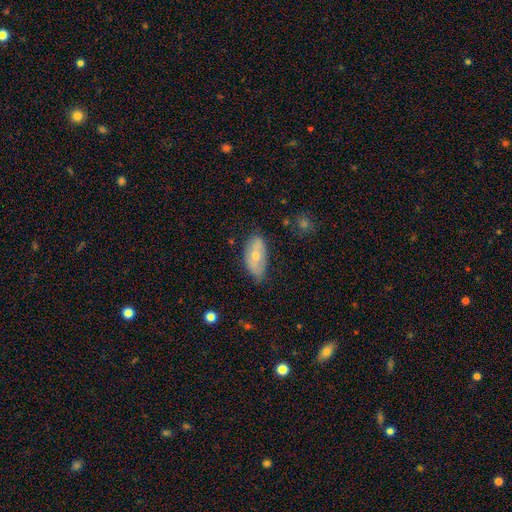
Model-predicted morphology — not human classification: This appears to be a smooth galaxy with no disk features (56%) that is in between round and cigar-shaped (90%). Merging: none (62%).